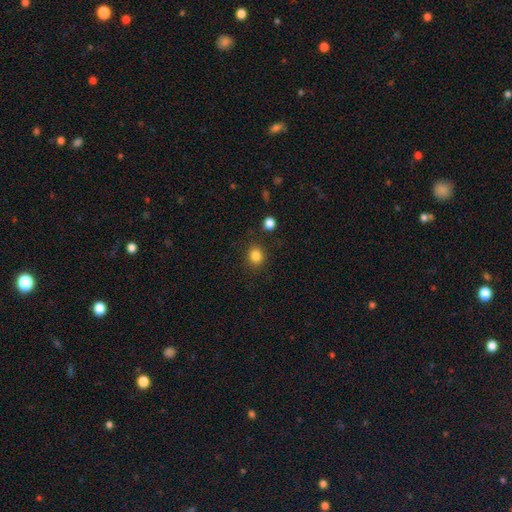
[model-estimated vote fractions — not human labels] Q: Smooth or featured?
A: smooth (83%); runner-up: star or artifact (12%)
Q: How rounded?
A: round (76%); runner-up: in between (23%)
Q: Merging?
A: none (86%); runner-up: minor disturbance (9%)